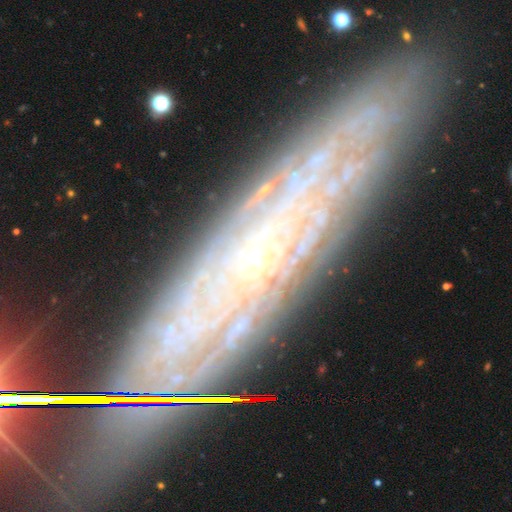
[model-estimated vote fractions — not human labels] Smooth or featured: featured or disk — 64% (star or artifact — 19%)
Edge-on disk: no — 54% (yes — 46%)
Merging: none — 79% (minor disturbance — 14%)